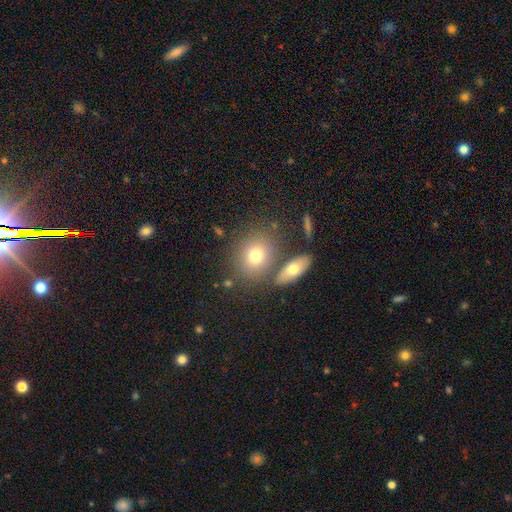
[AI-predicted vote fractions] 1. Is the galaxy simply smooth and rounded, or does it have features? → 73% smooth, 15% featured or disk, 12% star or artifact.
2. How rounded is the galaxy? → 61% round, 37% in between, 2% cigar-shaped.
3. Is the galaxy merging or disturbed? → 70% none, 16% merger, 11% minor disturbance, 4% major disturbance.